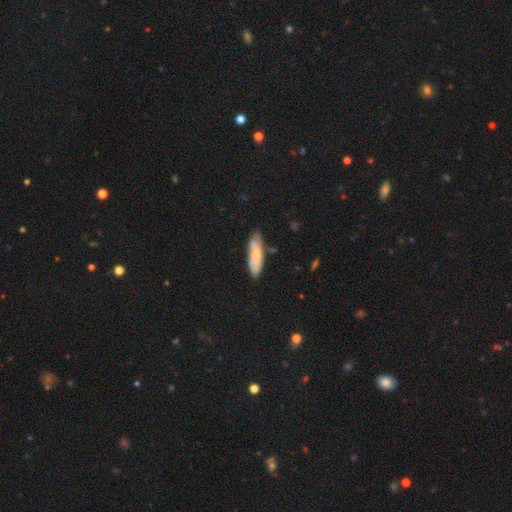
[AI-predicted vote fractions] smooth_or_featured: smooth (p=0.64) [alt: featured or disk p=0.29]
how_rounded: cigar-shaped (p=0.54) [alt: in between p=0.44]
merging: none (p=0.71) [alt: minor disturbance p=0.22]